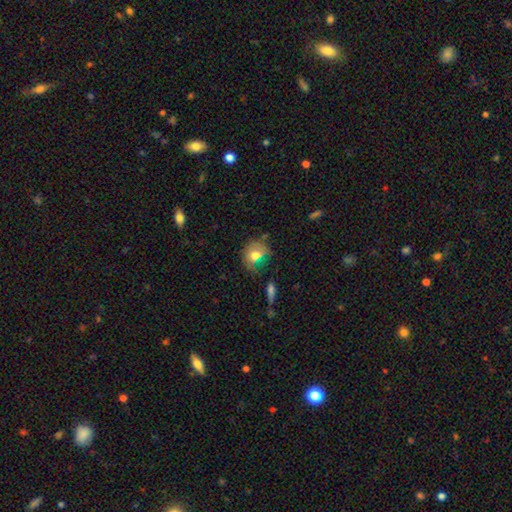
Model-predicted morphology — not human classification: A smooth galaxy with no disk features (74%) that is round (64%).

Vote fractions:
- Smooth or featured? smooth: 74% / featured or disk: 17% / star or artifact: 9%
- How rounded? round: 64% / in between: 34% / cigar-shaped: 1%
- Merging? none: 57% / minor disturbance: 26% / major disturbance: 10% / merger: 7%